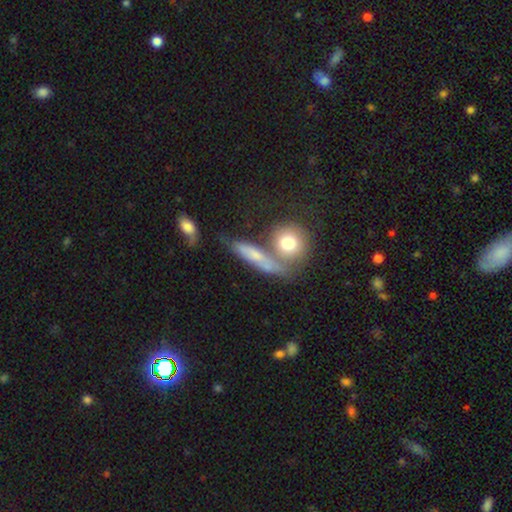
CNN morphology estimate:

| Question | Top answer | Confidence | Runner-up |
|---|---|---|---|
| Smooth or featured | smooth | 58% | featured or disk (31%) |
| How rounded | cigar-shaped | 46% | in between (29%) |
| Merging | none | 47% | merger (28%) |